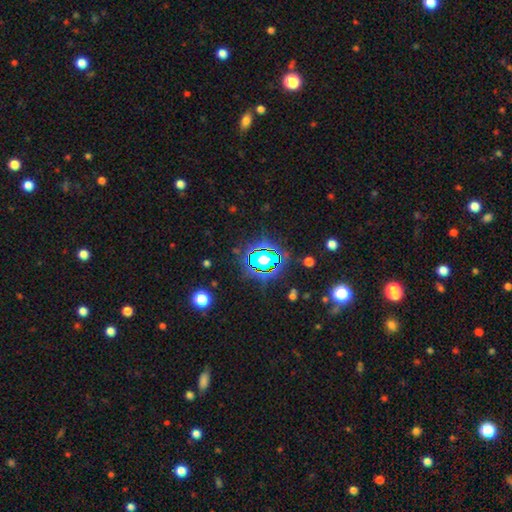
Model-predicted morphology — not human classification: Q: Smooth or featured?
A: star or artifact (66%); runner-up: smooth (22%)